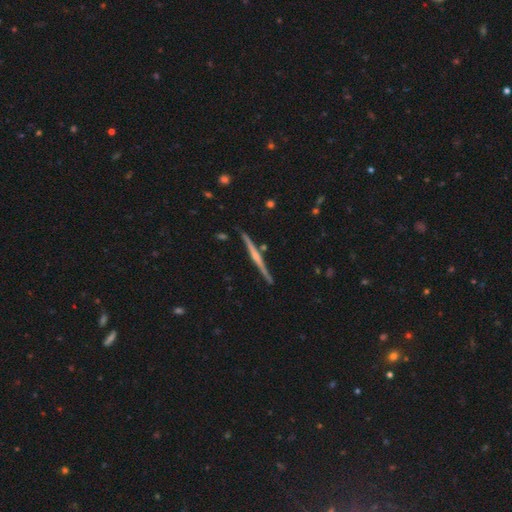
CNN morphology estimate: This is likely a featured or disk galaxy (76%). It is clearly viewed edge-on (98%). Edge-on bulge: likely rounded (63%). Merging: clearly none (89%).